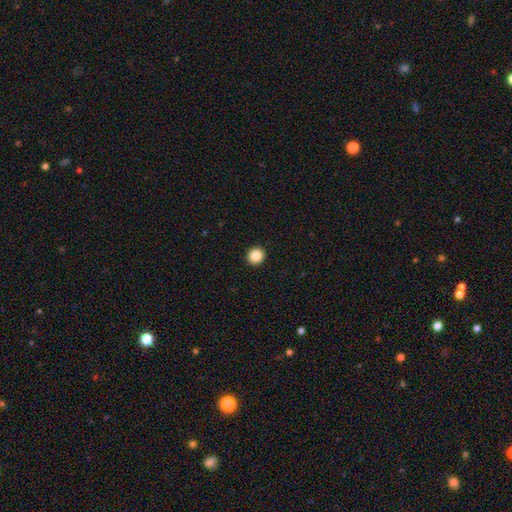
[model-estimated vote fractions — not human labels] Smooth or featured: smooth — 88% (star or artifact — 9%)
How rounded: round — 92% (in between — 7%)
Merging: none — 94% (minor disturbance — 4%)